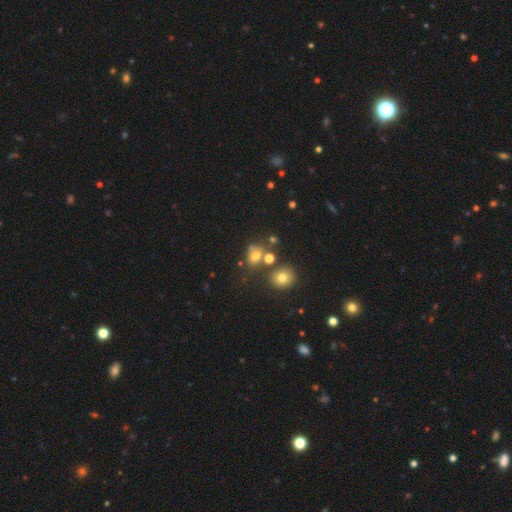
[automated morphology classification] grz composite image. It shows a smooth galaxy with no disk features (67%) that is round (52%). Merging: none (51%).